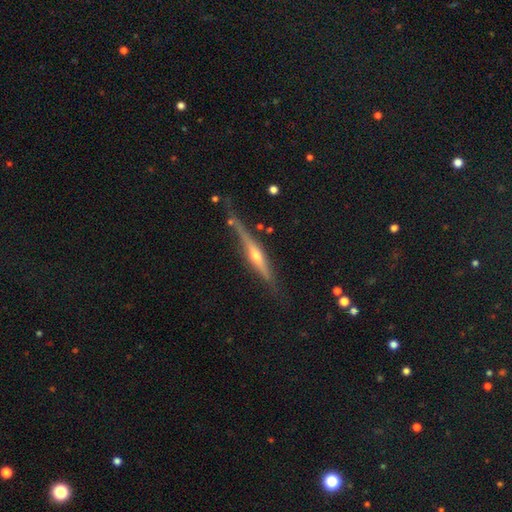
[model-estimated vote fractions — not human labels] Smooth or featured?
  - featured or disk: 76% *
  - smooth: 17%
  - star or artifact: 6%
Edge-on disk?
  - yes: 96% *
  - no: 4%
Edge-on bulge?
  - rounded: 87% *
  - none: 9%
  - boxy: 4%
Merging?
  - none: 73% *
  - minor disturbance: 18%
  - major disturbance: 5%
  - merger: 4%